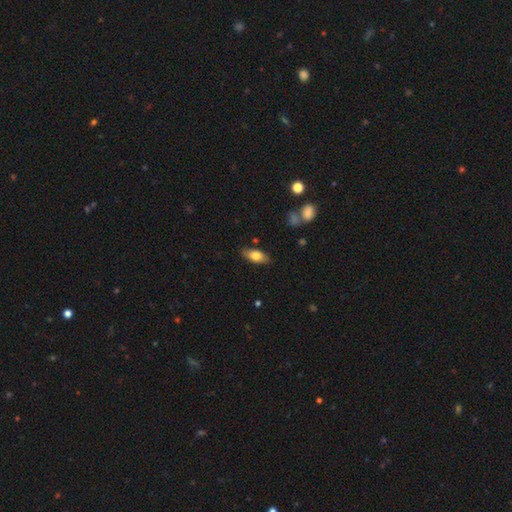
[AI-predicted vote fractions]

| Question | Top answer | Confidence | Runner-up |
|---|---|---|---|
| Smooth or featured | smooth | 73% | featured or disk (20%) |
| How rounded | in between | 82% | cigar-shaped (15%) |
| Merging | none | 84% | minor disturbance (12%) |